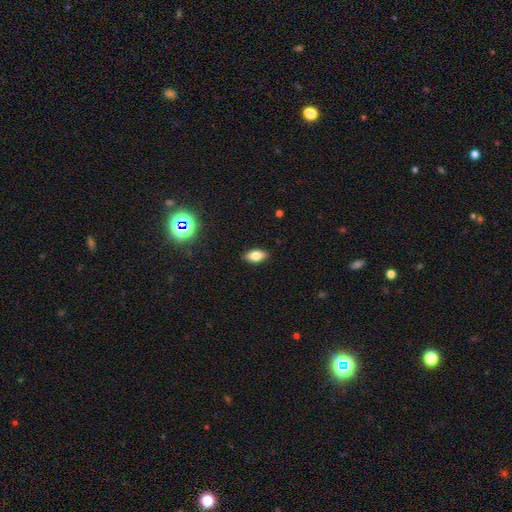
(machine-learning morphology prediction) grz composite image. It shows a smooth galaxy with no disk features (76%) that is in between round and cigar-shaped (88%). Merging: none (88%).